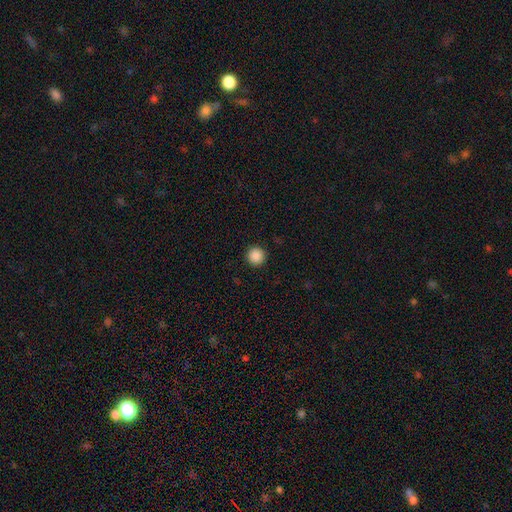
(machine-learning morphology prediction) smooth_or_featured: smooth (p=0.88) [alt: star or artifact p=0.09]
how_rounded: round (p=0.96) [alt: in between p=0.03]
merging: none (p=0.93) [alt: minor disturbance p=0.05]